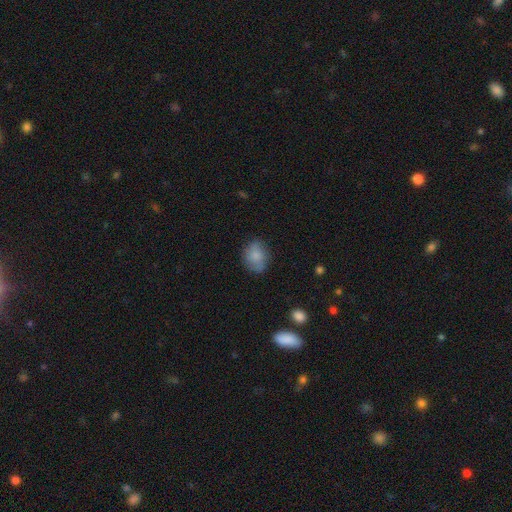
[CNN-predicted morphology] Q: Smooth or featured?
A: smooth (80%); runner-up: featured or disk (12%)
Q: How rounded?
A: in between (59%); runner-up: round (40%)
Q: Merging?
A: none (72%); runner-up: minor disturbance (21%)